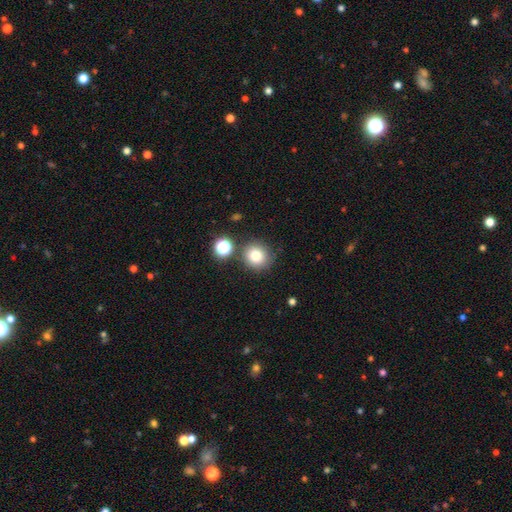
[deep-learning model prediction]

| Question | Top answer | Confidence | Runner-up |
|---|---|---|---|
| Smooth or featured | smooth | 80% | star or artifact (12%) |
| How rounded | round | 90% | in between (9%) |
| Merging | none | 79% | minor disturbance (10%) |